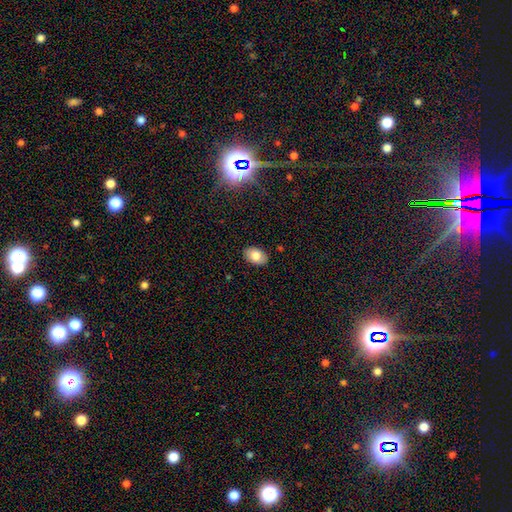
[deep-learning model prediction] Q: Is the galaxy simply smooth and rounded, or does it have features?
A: smooth — 80%.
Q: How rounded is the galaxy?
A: in between — 86%.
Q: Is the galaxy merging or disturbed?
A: none — 87%.